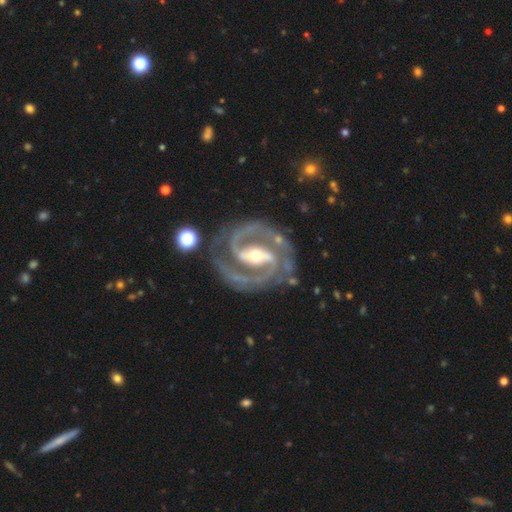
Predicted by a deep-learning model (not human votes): Smooth or featured?
  - featured or disk: 94% *
  - star or artifact: 4%
  - smooth: 2%
Edge-on disk?
  - no: 98% *
  - yes: 2%
Bar?
  - strong: 64% *
  - weak: 27%
  - no: 10%
Spiral arms?
  - yes: 99% *
  - no: 1%
Spiral winding?
  - medium: 50% *
  - tight: 45%
  - loose: 5%
Spiral arm count?
  - 2: 91% *
  - 3: 4%
  - can't tell: 2%
  - 4: 1%
  - 1: 1%
  - more than 4: 1%
Bulge size?
  - moderate: 59% *
  - small: 36%
  - large: 4%
  - none: 1%
  - dominant: 1%
Merging?
  - none: 79% *
  - minor disturbance: 14%
  - major disturbance: 5%
  - merger: 3%